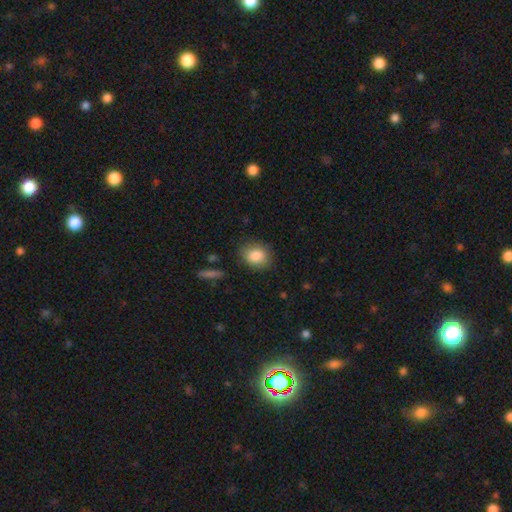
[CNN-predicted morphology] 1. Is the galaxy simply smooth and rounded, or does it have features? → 85% smooth, 8% star or artifact, 7% featured or disk.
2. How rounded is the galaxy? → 53% in between, 46% round, 1% cigar-shaped.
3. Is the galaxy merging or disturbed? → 82% none, 13% minor disturbance, 3% major disturbance, 2% merger.